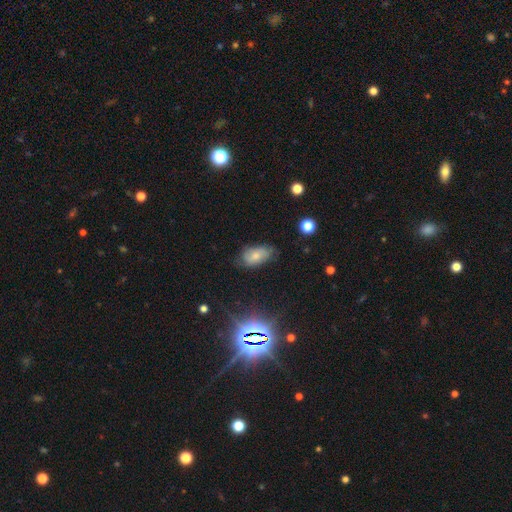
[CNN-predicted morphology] Smooth or featured? Predicted: smooth (p=0.63). How rounded? Predicted: in between (p=0.92). Merging? Predicted: none (p=0.62).